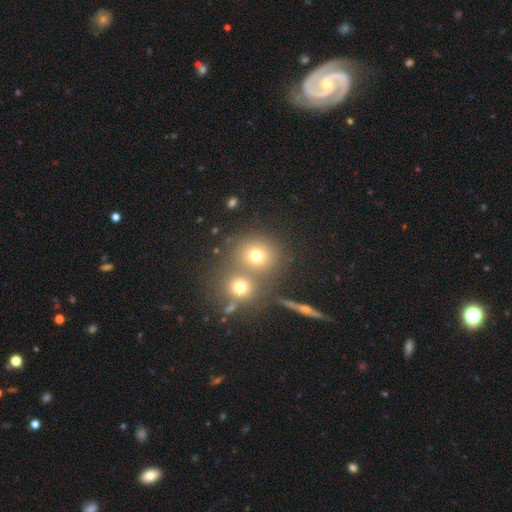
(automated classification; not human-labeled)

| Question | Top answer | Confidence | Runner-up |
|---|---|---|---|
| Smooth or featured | smooth | 67% | star or artifact (19%) |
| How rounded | round | 85% | in between (14%) |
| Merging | none | 58% | merger (31%) |